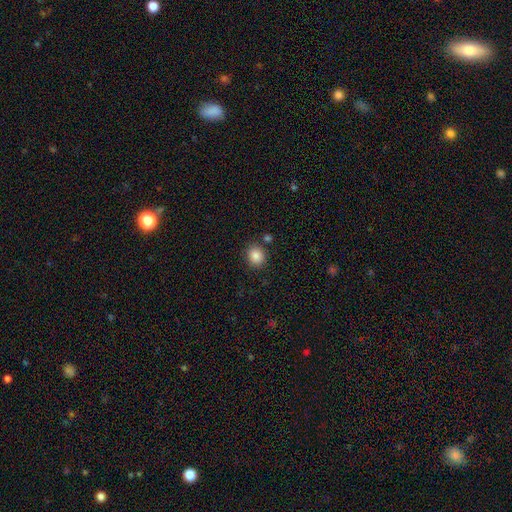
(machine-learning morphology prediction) smooth_or_featured: smooth (p=0.86) [alt: star or artifact p=0.09]
how_rounded: round (p=0.71) [alt: in between p=0.28]
merging: none (p=0.83) [alt: minor disturbance p=0.09]